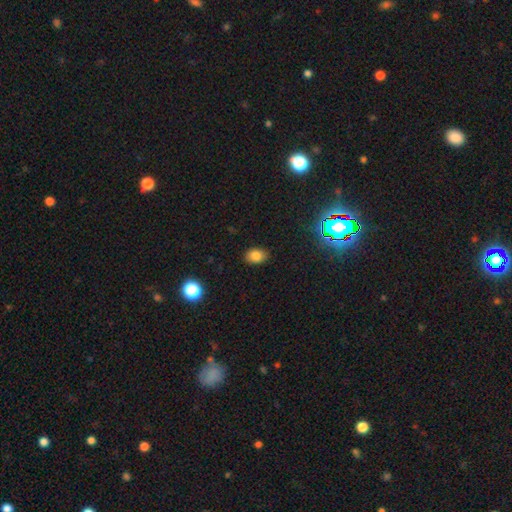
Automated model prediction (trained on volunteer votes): Overall: smooth (81%). How rounded: in between (78%). Merging: none (86%).